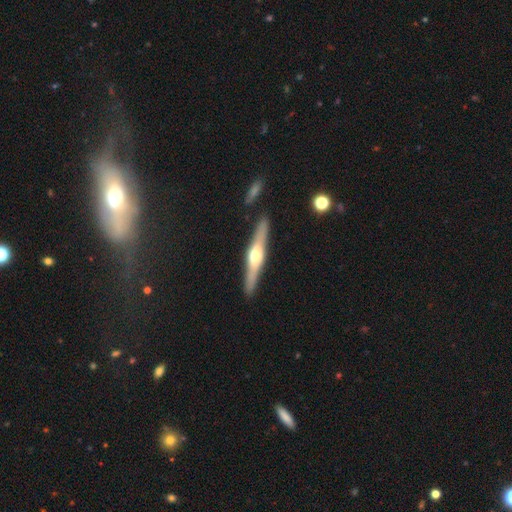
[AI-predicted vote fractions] This appears to be a featured or disk galaxy (70%) viewed edge-on (96%) with a rounded central bulge (92%). Merging: none (90%).